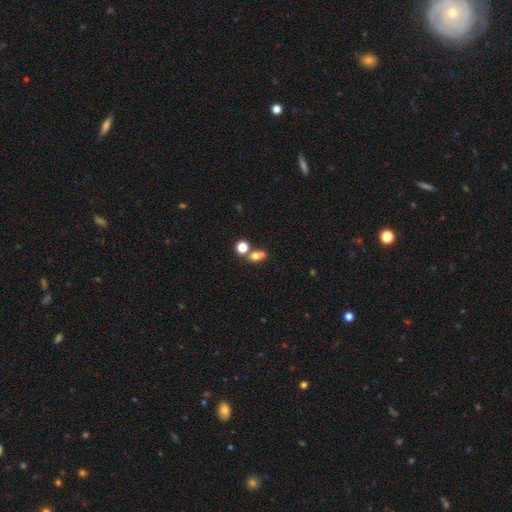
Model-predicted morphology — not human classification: Smooth or featured?
  - smooth: 68% *
  - star or artifact: 18%
  - featured or disk: 14%
How rounded?
  - round: 67% *
  - in between: 31%
  - cigar-shaped: 2%
Merging?
  - merger: 48% *
  - none: 40%
  - minor disturbance: 7%
  - major disturbance: 5%